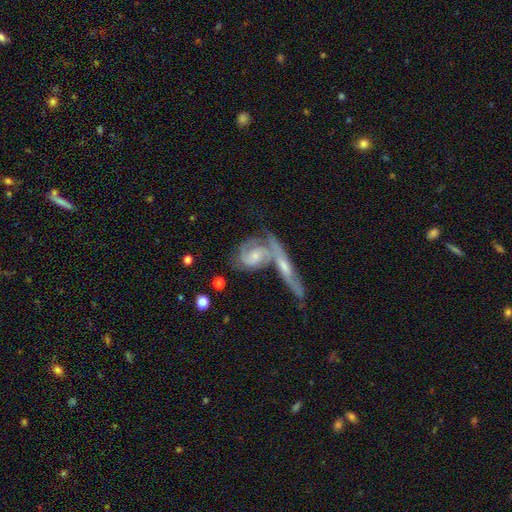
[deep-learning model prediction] Smooth or featured?
  - featured or disk: 55% *
  - smooth: 29%
  - star or artifact: 16%
Edge-on disk?
  - no: 57% *
  - yes: 43%
Merging?
  - merger: 48% *
  - none: 34%
  - minor disturbance: 10%
  - major disturbance: 8%